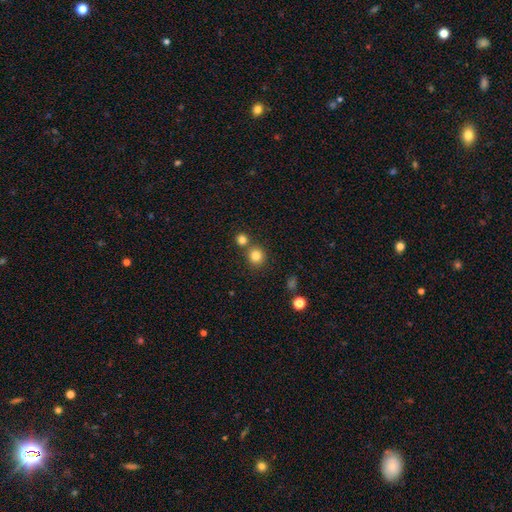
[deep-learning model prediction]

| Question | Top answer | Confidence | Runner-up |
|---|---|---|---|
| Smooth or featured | smooth | 82% | star or artifact (12%) |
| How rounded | round | 90% | in between (9%) |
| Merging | none | 72% | merger (19%) |